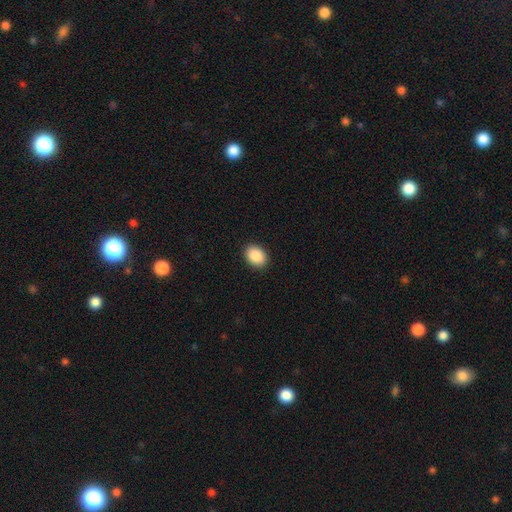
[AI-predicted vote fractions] smooth-or-featured: smooth: 89% | star or artifact: 7% | featured or disk: 4%
  how-rounded: in between: 71% | round: 28% | cigar-shaped: 1%
  merging: none: 91% | minor disturbance: 7% | major disturbance: 2% | merger: 1%